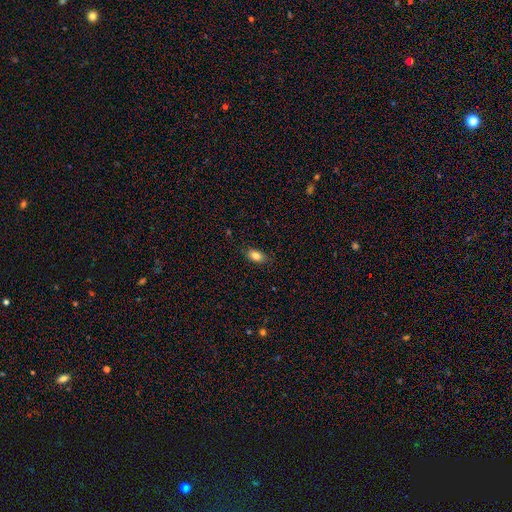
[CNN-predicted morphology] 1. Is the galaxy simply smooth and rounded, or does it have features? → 83% smooth, 9% star or artifact, 8% featured or disk.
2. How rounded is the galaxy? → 89% in between, 8% round, 3% cigar-shaped.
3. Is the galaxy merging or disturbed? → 84% none, 12% minor disturbance, 3% major disturbance, 1% merger.